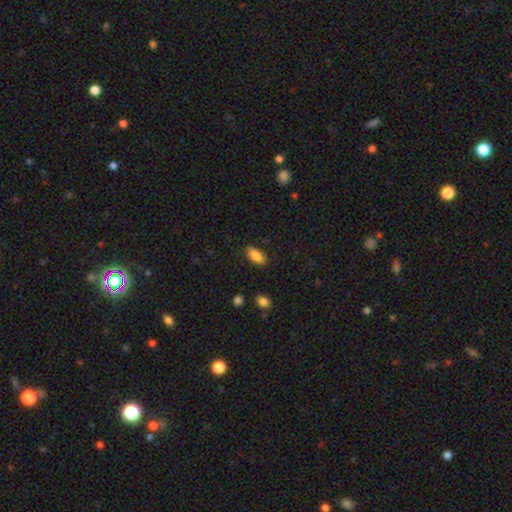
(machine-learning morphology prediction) type=smooth (87%); roundness=in between (89%); merging=none (84%).